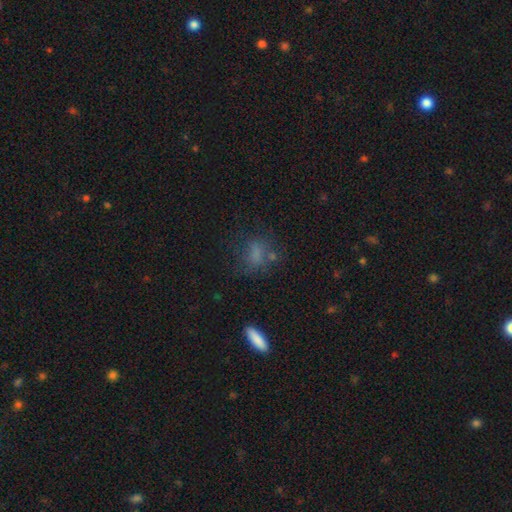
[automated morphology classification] smooth 66%, star or artifact 17%, featured or disk 17%. Down the decision tree: how rounded — in between (55%); merging — none (56%).